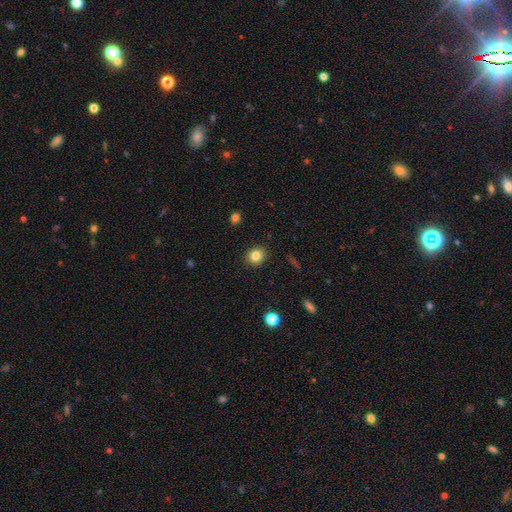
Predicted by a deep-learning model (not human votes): Smooth or featured?
  - smooth: 83% *
  - star or artifact: 11%
  - featured or disk: 6%
How rounded?
  - round: 74% *
  - in between: 25%
  - cigar-shaped: 1%
Merging?
  - none: 90% *
  - minor disturbance: 7%
  - major disturbance: 2%
  - merger: 1%